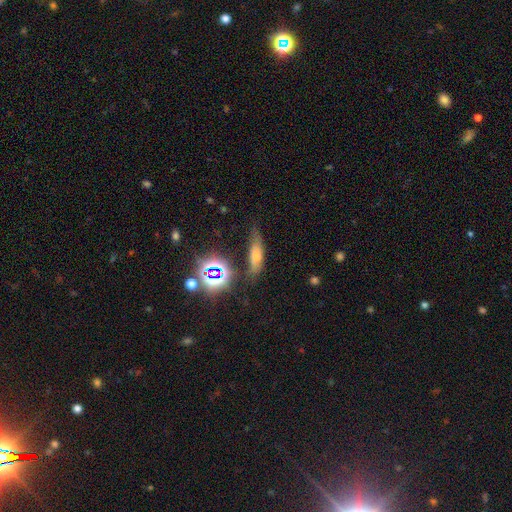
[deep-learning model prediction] smooth-or-featured: smooth: 44% | star or artifact: 30% | featured or disk: 27%
  merging: none: 65% | minor disturbance: 22% | major disturbance: 8% | merger: 5%